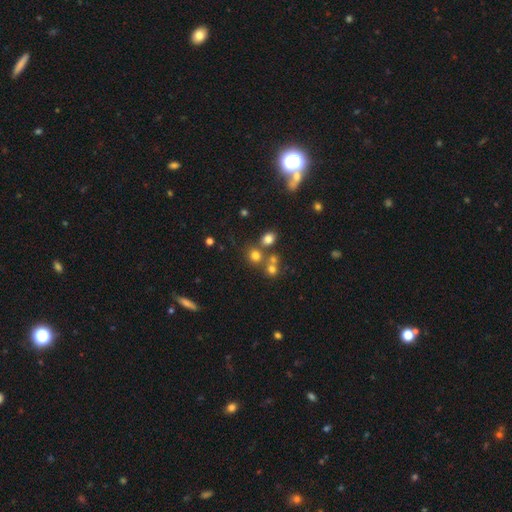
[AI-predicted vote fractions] Smooth or featured: smooth — 71% (star or artifact — 19%)
How rounded: round — 81% (in between — 18%)
Merging: none — 63% (merger — 24%)